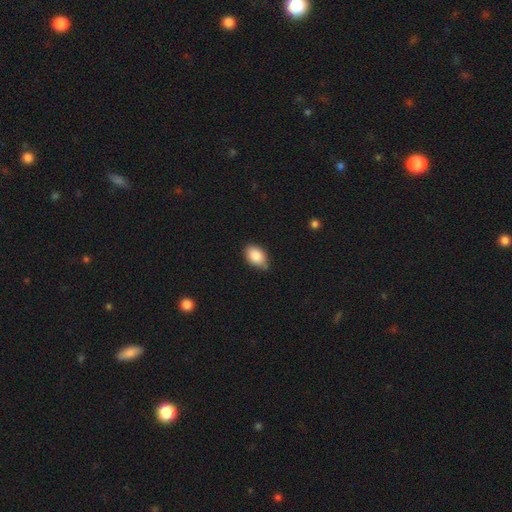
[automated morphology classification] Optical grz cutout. It shows a smooth galaxy with no disk features (86%) that is in between round and cigar-shaped (87%). Merging: none (71%).